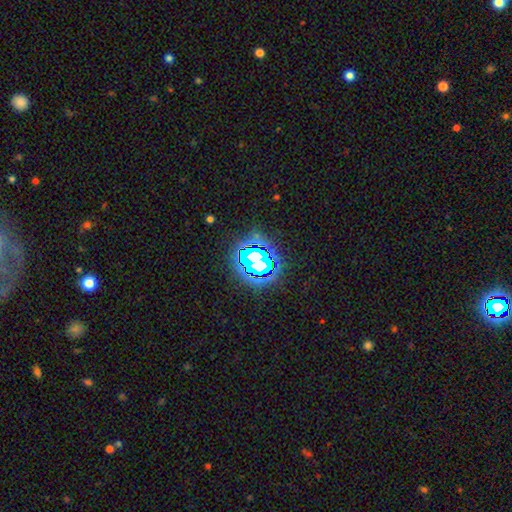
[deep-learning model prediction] smooth_or_featured: star or artifact (p=0.69) [alt: smooth p=0.18]